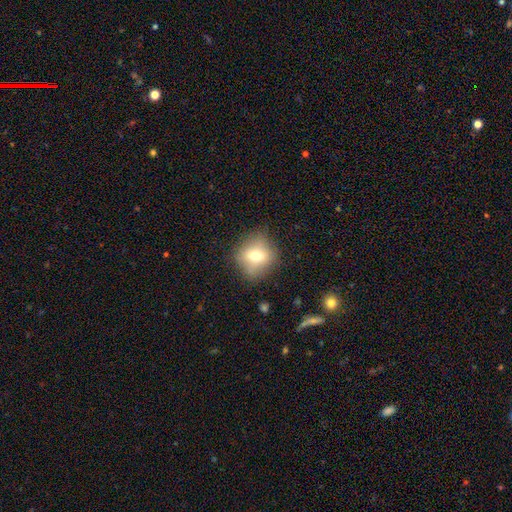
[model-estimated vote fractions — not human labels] Smooth or featured?
  - smooth: 68% *
  - featured or disk: 22%
  - star or artifact: 11%
How rounded?
  - round: 77% *
  - in between: 22%
  - cigar-shaped: 1%
Merging?
  - none: 77% *
  - minor disturbance: 16%
  - major disturbance: 5%
  - merger: 2%